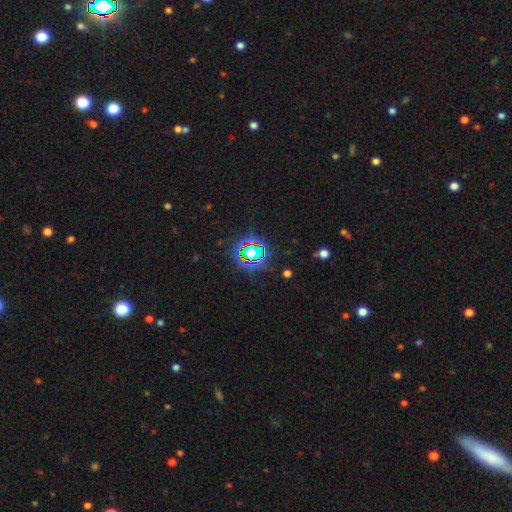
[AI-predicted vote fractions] Smooth or featured?
  - star or artifact: 73% *
  - smooth: 18%
  - featured or disk: 10%